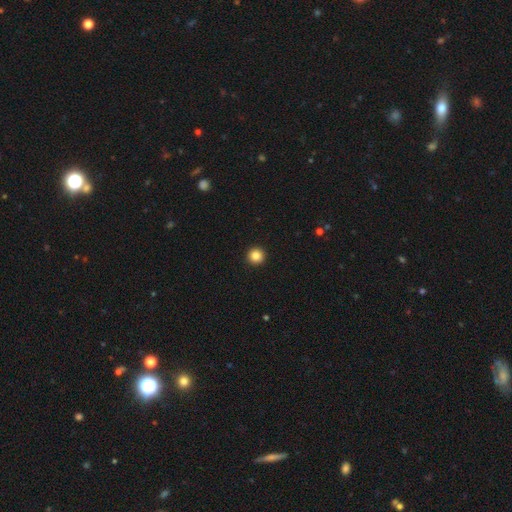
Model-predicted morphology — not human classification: This is clearly a smooth galaxy (85%). How rounded: clearly round (96%). Merging: clearly none (94%).